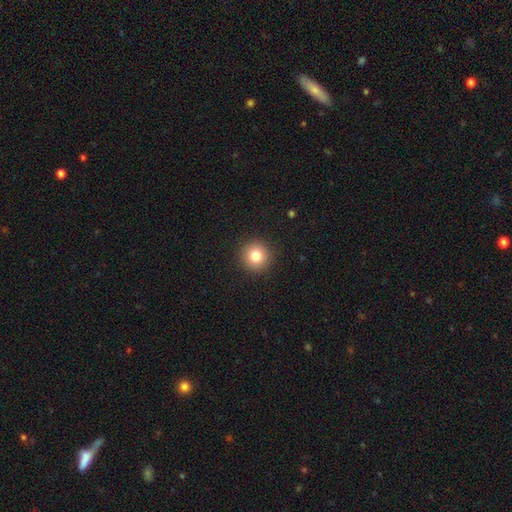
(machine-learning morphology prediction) This is clearly a smooth galaxy (82%). How rounded: clearly round (94%). Merging: clearly none (92%).